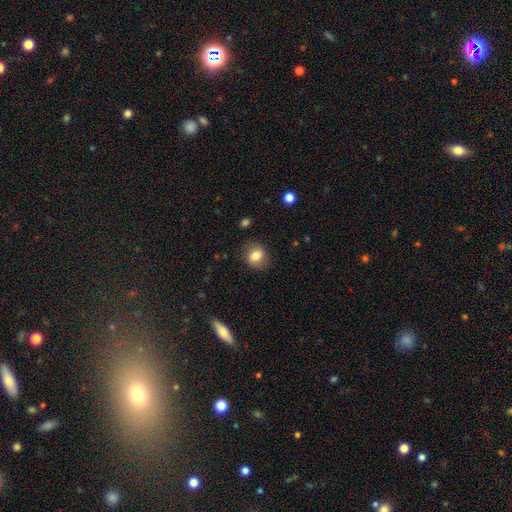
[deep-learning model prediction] The model was most divided on "how rounded": round: 63%, in between: 36%, cigar-shaped: 1%. More confident: merging — none (81%); smooth or featured — smooth (79%).